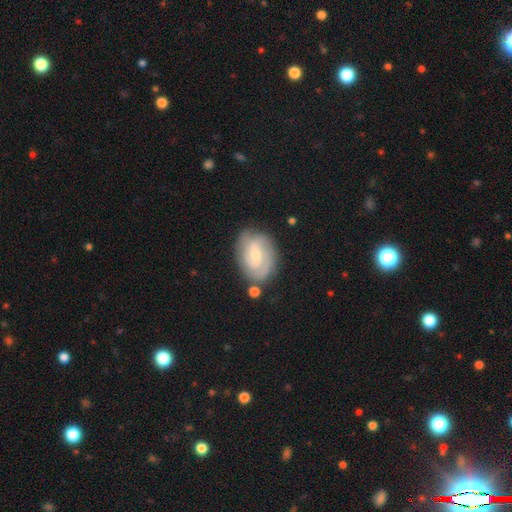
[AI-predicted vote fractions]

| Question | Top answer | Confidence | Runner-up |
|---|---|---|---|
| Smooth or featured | featured or disk | 81% | smooth (14%) |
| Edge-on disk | no | 97% | yes (3%) |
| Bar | weak | 47% | no (43%) |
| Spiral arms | yes | 95% | no (5%) |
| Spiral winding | tight | 61% | medium (32%) |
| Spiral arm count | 2 | 51% | 3 (21%) |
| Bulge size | small | 59% | moderate (37%) |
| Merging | none | 75% | minor disturbance (17%) |